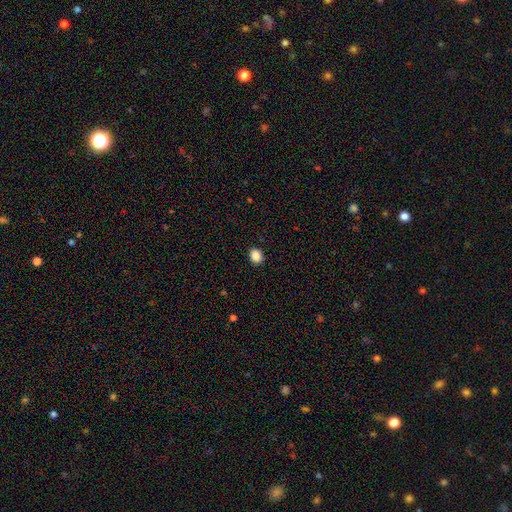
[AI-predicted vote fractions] Smooth or featured? smooth (87%)
How rounded? round (55%)
Merging? none (91%)